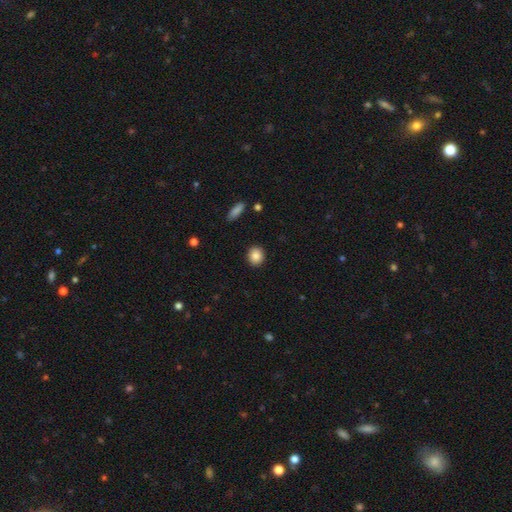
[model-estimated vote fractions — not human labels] A smooth galaxy with no disk features (87%) that is round (73%).

Vote fractions:
- Smooth or featured? smooth: 87% / star or artifact: 8% / featured or disk: 5%
- How rounded? round: 73% / in between: 26% / cigar-shaped: 1%
- Merging? none: 91% / minor disturbance: 6% / major disturbance: 2% / merger: 1%